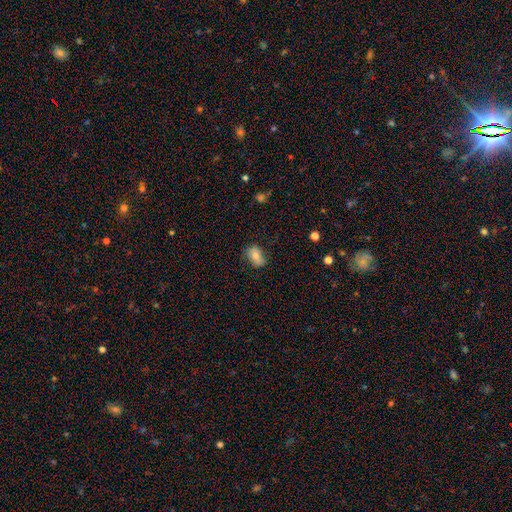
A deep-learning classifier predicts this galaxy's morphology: Smooth or featured? smooth (74%)
How rounded? in between (84%)
Merging? none (70%)